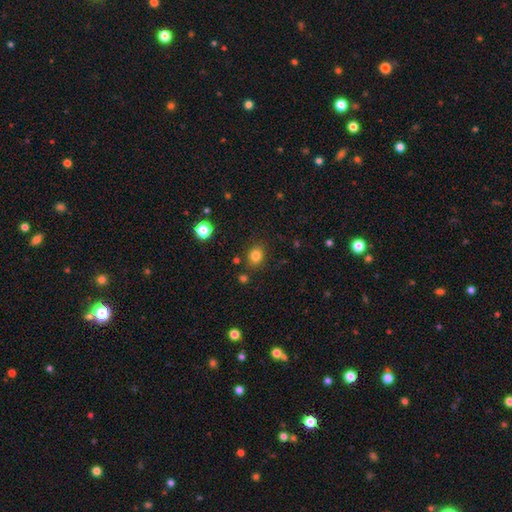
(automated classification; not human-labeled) A smooth galaxy with no disk features (81%) that is round (59%).

Vote fractions:
- Smooth or featured? smooth: 81% / star or artifact: 13% / featured or disk: 6%
- How rounded? round: 59% / in between: 40% / cigar-shaped: 1%
- Merging? none: 83% / minor disturbance: 11% / merger: 3% / major disturbance: 3%